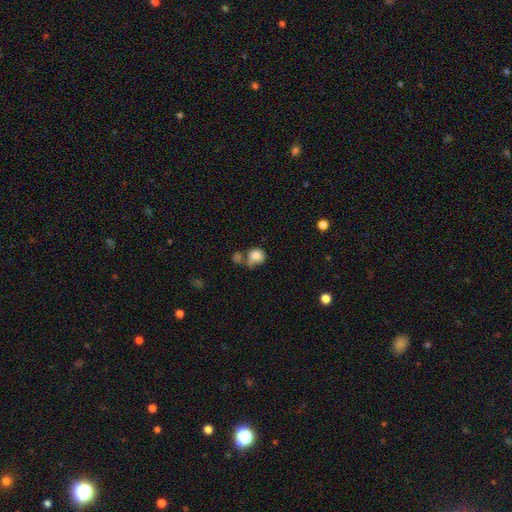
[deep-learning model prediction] Overall: smooth (83%). How rounded: round (72%). Merging: none (35%; merger 34%).